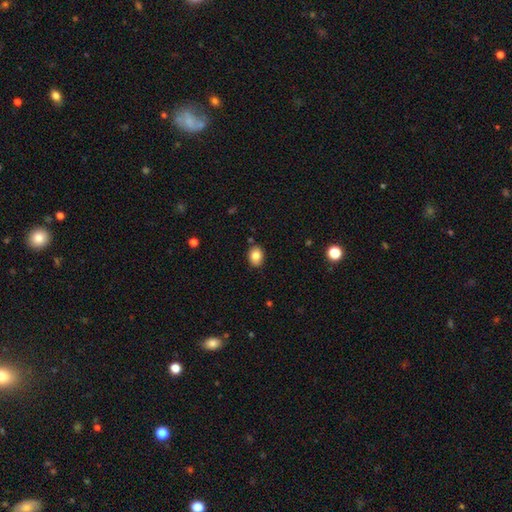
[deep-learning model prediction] Smooth or featured? smooth (83%)
How rounded? in between (61%)
Merging? none (85%)